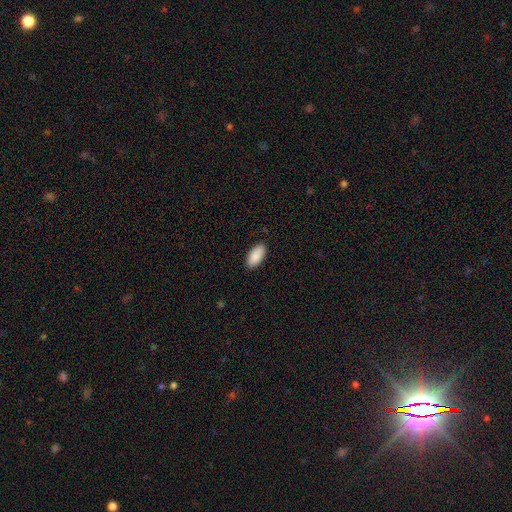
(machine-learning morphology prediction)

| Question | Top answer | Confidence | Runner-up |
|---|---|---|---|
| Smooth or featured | smooth | 91% | star or artifact (6%) |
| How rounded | in between | 94% | cigar-shaped (4%) |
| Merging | none | 88% | minor disturbance (9%) |